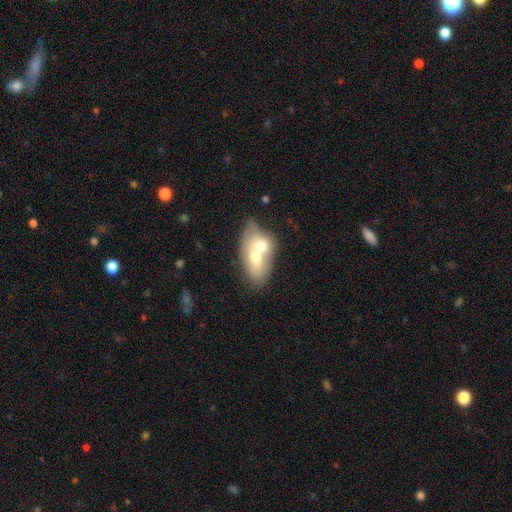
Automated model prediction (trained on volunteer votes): Smooth or featured?
  - smooth: 55% *
  - featured or disk: 37%
  - star or artifact: 8%
How rounded?
  - in between: 80% *
  - round: 13%
  - cigar-shaped: 7%
Merging?
  - merger: 67% *
  - none: 20%
  - minor disturbance: 8%
  - major disturbance: 5%